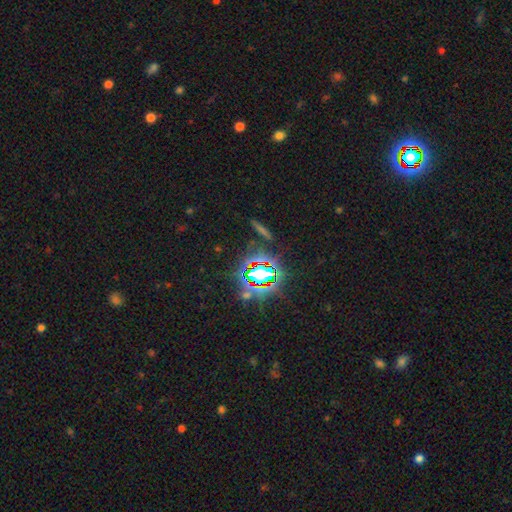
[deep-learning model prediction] This is clearly a star or artifact rather than a galaxy (81%).